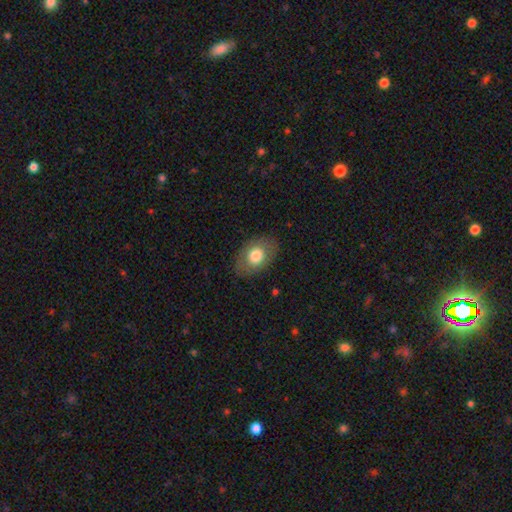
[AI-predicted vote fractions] smooth-or-featured: smooth: 72% | featured or disk: 21% | star or artifact: 7%
  how-rounded: in between: 81% | round: 18% | cigar-shaped: 1%
  merging: none: 83% | minor disturbance: 12% | major disturbance: 4% | merger: 1%